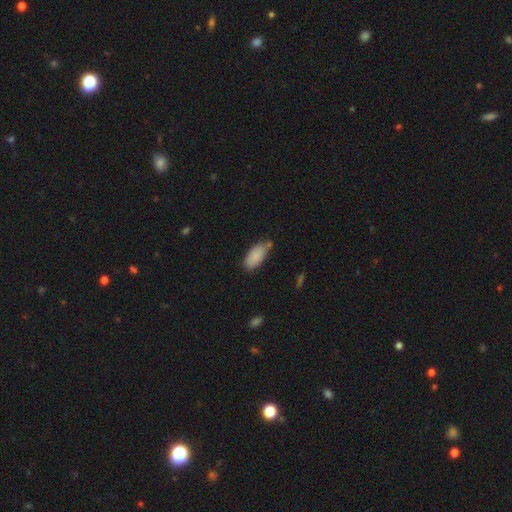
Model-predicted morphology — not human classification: This is clearly a smooth galaxy (87%). How rounded: clearly in between (90%). Merging: possibly none (59%).